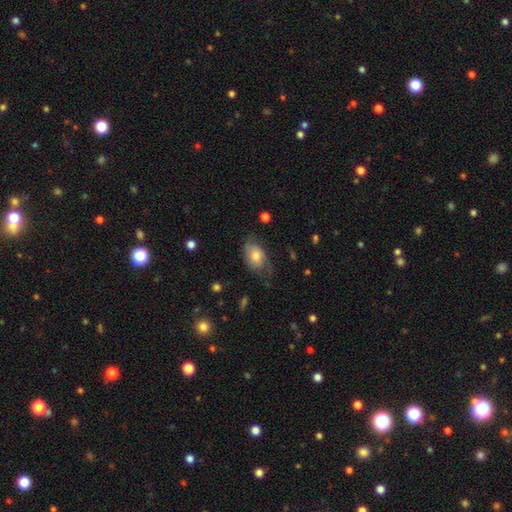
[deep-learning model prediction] smooth_or_featured: smooth (p=0.61) [alt: featured or disk p=0.31]
how_rounded: in between (p=0.84) [alt: round p=0.15]
merging: none (p=0.50) [alt: minor disturbance p=0.31]